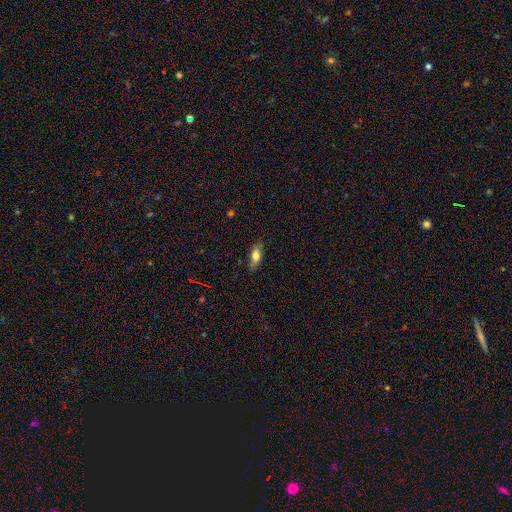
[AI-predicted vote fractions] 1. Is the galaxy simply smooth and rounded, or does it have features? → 69% smooth, 23% featured or disk, 8% star or artifact.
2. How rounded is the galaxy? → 70% in between, 26% cigar-shaped, 4% round.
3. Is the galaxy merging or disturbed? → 79% none, 16% minor disturbance, 3% major disturbance, 1% merger.